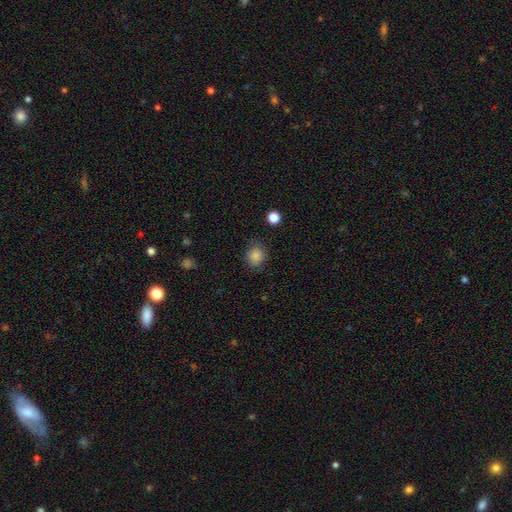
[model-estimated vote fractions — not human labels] Overall: smooth (85%). How rounded: round (68%; in between 31%). Merging: none (82%).